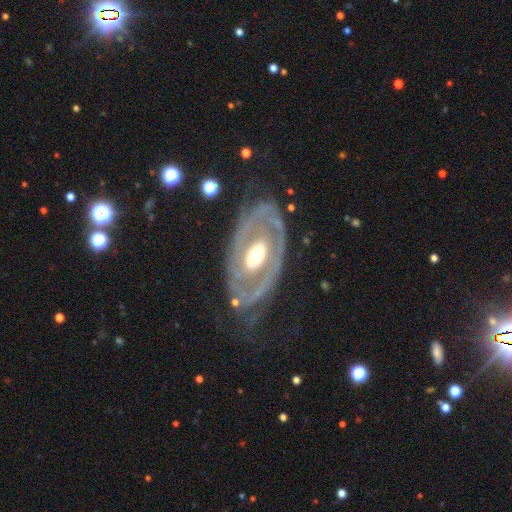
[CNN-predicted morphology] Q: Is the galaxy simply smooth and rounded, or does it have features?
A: featured or disk — 84%.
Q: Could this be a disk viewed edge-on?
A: no — 94%.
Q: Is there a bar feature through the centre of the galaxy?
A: no — 64%.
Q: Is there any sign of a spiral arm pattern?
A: yes — 71%.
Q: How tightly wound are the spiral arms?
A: tight — 56%.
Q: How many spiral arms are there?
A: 2 — 52%.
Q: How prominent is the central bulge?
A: moderate — 70%.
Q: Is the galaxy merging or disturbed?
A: none — 68%.